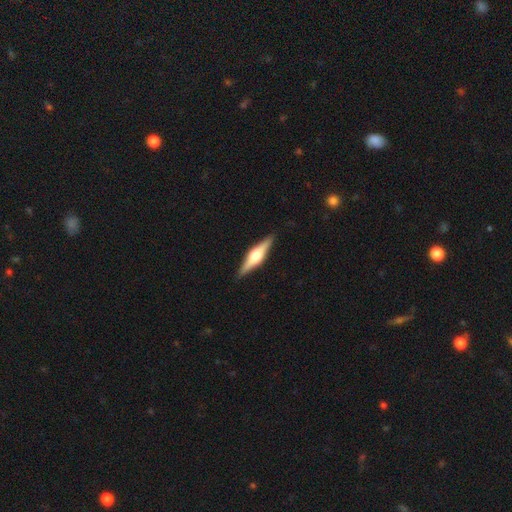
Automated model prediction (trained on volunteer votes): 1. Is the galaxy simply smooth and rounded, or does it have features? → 71% featured or disk, 24% smooth, 5% star or artifact.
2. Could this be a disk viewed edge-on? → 97% yes, 3% no.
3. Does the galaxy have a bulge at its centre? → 91% rounded, 7% boxy, 2% none.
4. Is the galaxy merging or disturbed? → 91% none, 7% minor disturbance, 1% major disturbance, 1% merger.